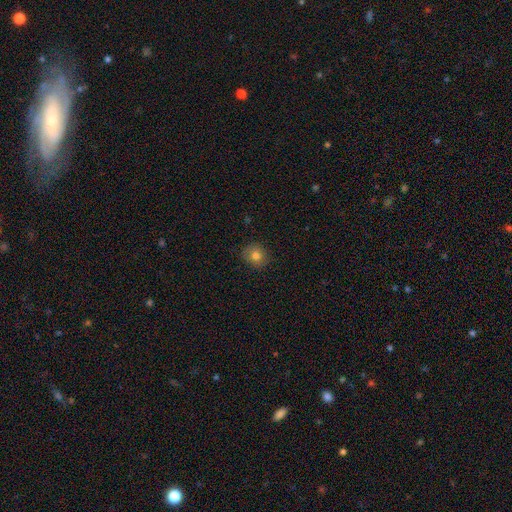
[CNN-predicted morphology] type=smooth (79%); roundness=round (79%); merging=none (82%).